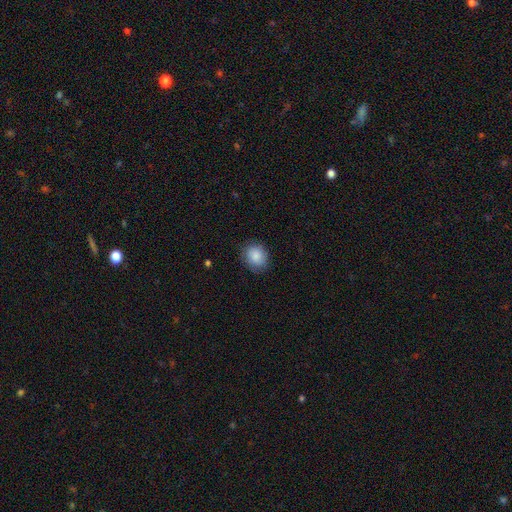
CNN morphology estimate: smooth_or_featured: smooth (p=0.86) [alt: star or artifact p=0.08]
how_rounded: round (p=0.70) [alt: in between p=0.29]
merging: none (p=0.83) [alt: minor disturbance p=0.13]